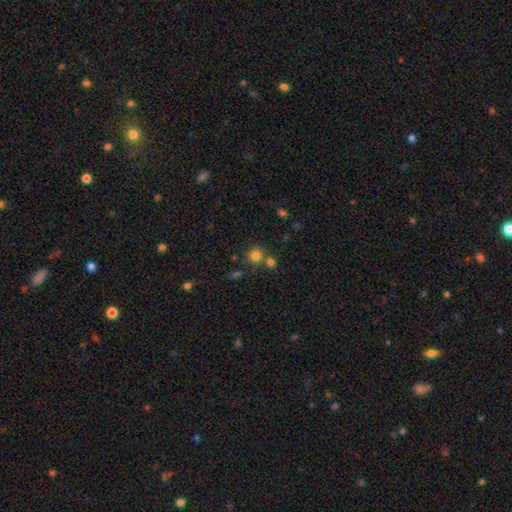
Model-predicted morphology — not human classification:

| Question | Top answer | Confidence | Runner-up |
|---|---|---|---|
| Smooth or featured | smooth | 79% | star or artifact (14%) |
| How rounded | round | 86% | in between (13%) |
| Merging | none | 68% | merger (20%) |